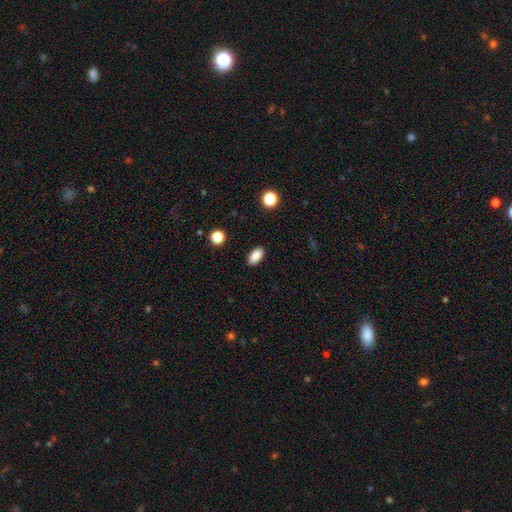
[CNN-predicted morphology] Smooth or featured?
  - smooth: 88% *
  - star or artifact: 8%
  - featured or disk: 4%
How rounded?
  - in between: 91% *
  - cigar-shaped: 5%
  - round: 4%
Merging?
  - none: 90% *
  - minor disturbance: 7%
  - major disturbance: 2%
  - merger: 1%